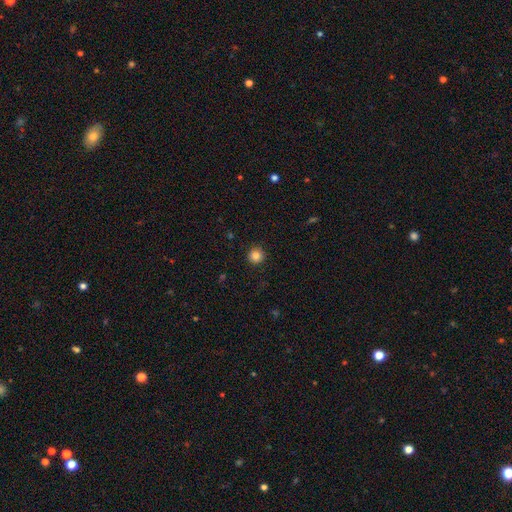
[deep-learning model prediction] Smooth or featured: smooth — 85% (star or artifact — 11%)
How rounded: round — 95% (in between — 4%)
Merging: none — 92% (minor disturbance — 5%)